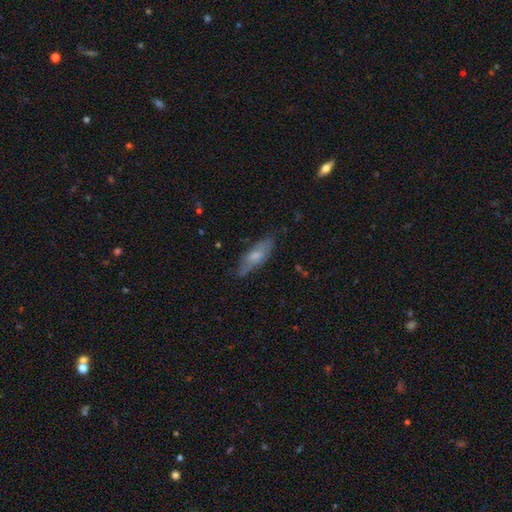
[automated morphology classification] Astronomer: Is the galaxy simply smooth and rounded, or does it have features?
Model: smooth — 60%.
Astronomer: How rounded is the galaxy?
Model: in between — 53% (runner-up: cigar-shaped, 45%).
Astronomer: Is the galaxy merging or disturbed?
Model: none — 72%.